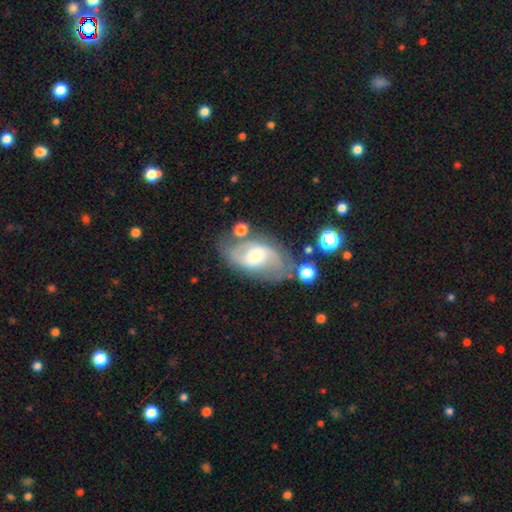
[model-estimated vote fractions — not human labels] featured or disk 73%, smooth 18%, star or artifact 8%. Down the decision tree: edge-on disk — no (95%); bar — weak (46%); spiral arms — yes (88%); spiral arm count — 2 (80%); spiral winding — medium (45%); bulge size — moderate (47%); merging — none (66%).